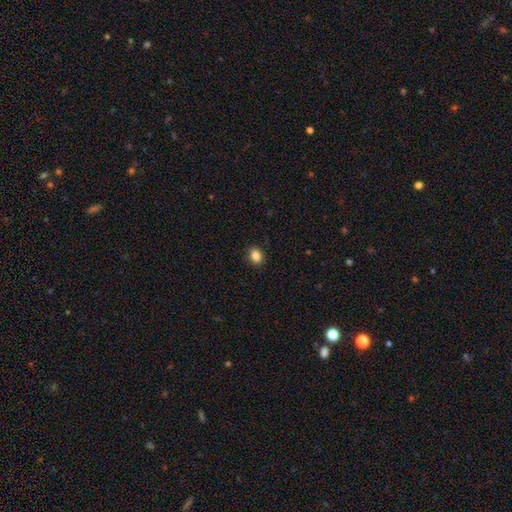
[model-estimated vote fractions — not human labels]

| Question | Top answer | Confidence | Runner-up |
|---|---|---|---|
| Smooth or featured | smooth | 86% | star or artifact (9%) |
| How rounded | in between | 60% | round (39%) |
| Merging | none | 89% | minor disturbance (8%) |